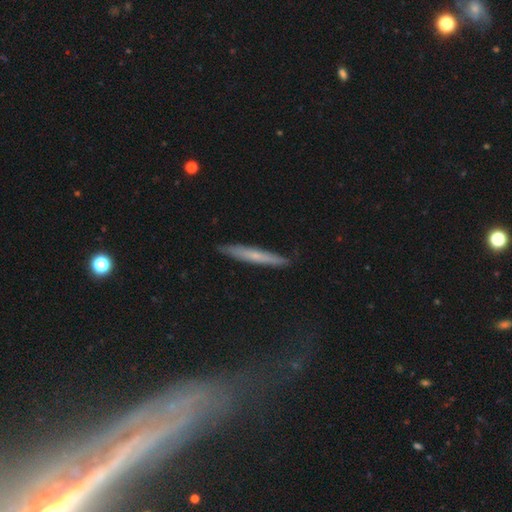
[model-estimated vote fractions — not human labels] smooth_or_featured: smooth (p=0.49) [alt: featured or disk p=0.45]
merging: none (p=0.88) [alt: minor disturbance p=0.09]